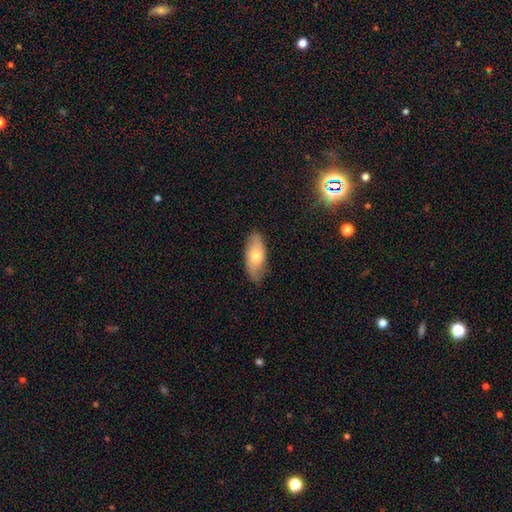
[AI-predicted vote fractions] Smooth or featured? Predicted: smooth (p=0.67). How rounded? Predicted: in between (p=0.86). Merging? Predicted: none (p=0.79).